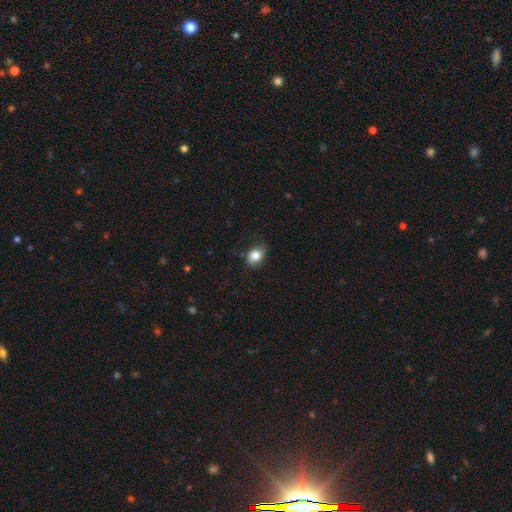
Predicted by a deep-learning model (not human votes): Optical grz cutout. It shows a smooth galaxy with no disk features (82%) that is in between round and cigar-shaped (59%). Merging: none (68%).